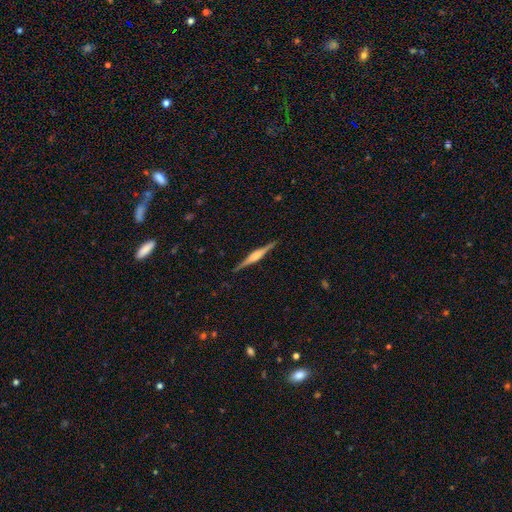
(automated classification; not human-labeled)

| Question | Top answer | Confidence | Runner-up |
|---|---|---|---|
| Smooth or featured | featured or disk | 77% | smooth (17%) |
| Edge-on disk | yes | 98% | no (2%) |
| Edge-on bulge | rounded | 58% | boxy (35%) |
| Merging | none | 90% | minor disturbance (7%) |